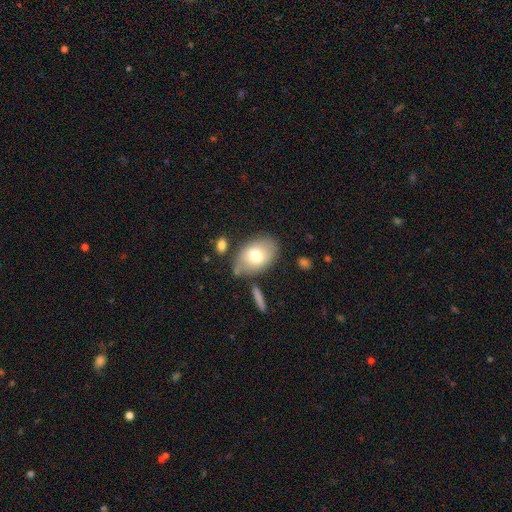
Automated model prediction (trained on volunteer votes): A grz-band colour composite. It shows a smooth galaxy with no disk features (68%) that is in between round and cigar-shaped (85%). Merging: none (69%).